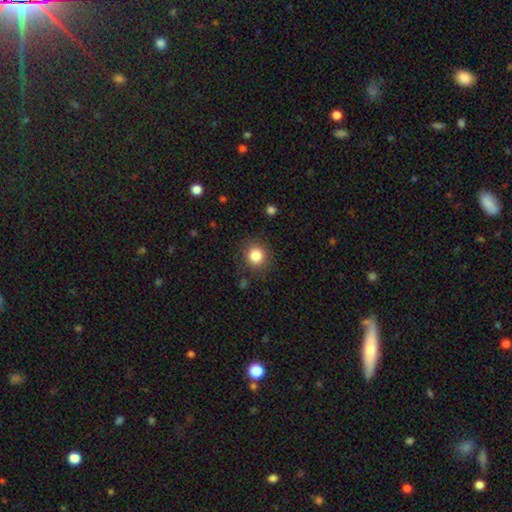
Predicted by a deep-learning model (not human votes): A smooth galaxy with no disk features (83%) that is round (89%). Merging: none (87%).